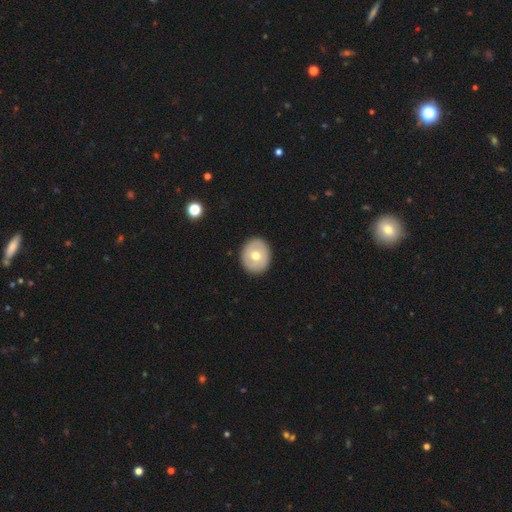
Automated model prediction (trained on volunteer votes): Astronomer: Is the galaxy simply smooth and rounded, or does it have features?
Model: smooth — 59% (runner-up: featured or disk, 34%).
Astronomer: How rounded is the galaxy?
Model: round — 72%.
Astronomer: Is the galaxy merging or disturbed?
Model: none — 90%.